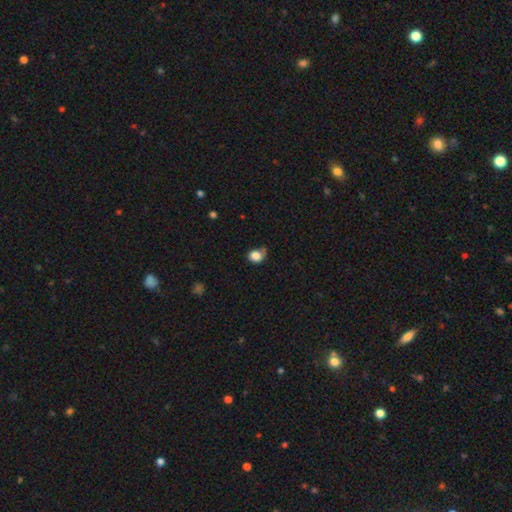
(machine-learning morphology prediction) Q: Smooth or featured?
A: smooth (84%); runner-up: star or artifact (10%)
Q: How rounded?
A: round (65%); runner-up: in between (34%)
Q: Merging?
A: none (51%); runner-up: minor disturbance (29%)